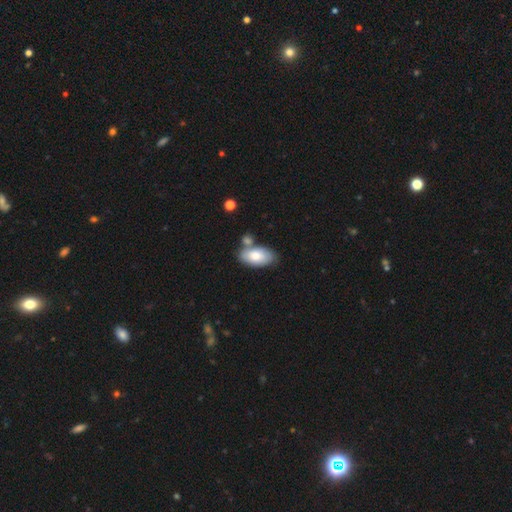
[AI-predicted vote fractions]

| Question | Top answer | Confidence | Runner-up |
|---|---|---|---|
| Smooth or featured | smooth | 74% | featured or disk (21%) |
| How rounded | in between | 94% | round (4%) |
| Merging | none | 58% | merger (21%) |